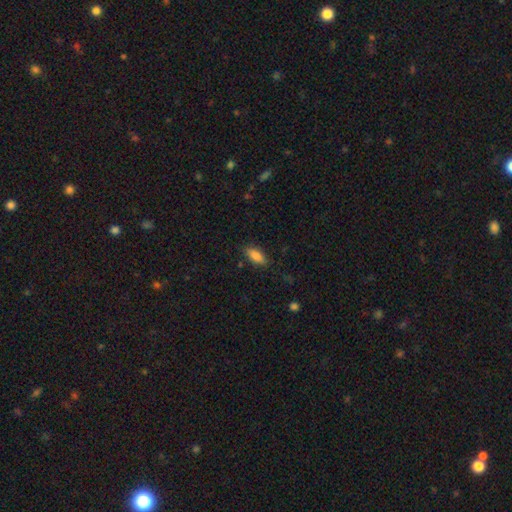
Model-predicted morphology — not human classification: smooth 84%, featured or disk 9%, star or artifact 8%. Down the decision tree: how rounded — in between (81%); merging — none (83%).